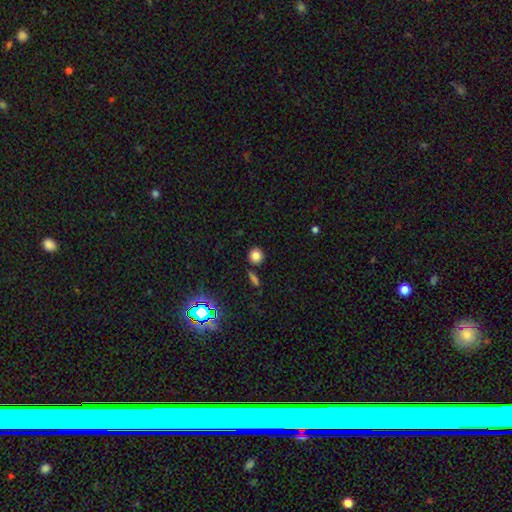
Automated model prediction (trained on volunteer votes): Smooth or featured? smooth (79%)
How rounded? round (88%)
Merging? none (83%)